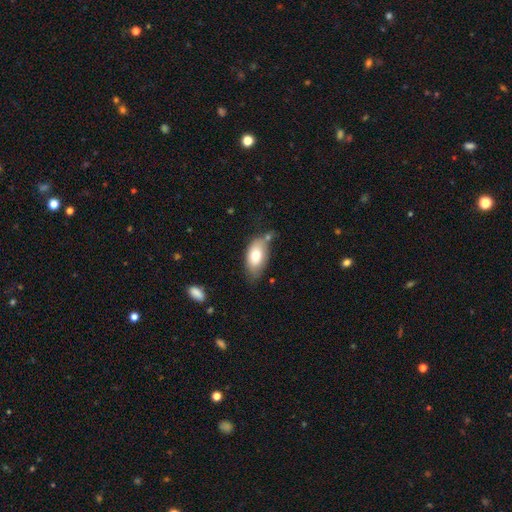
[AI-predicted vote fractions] Smooth or featured? Predicted: smooth (p=0.76). How rounded? Predicted: in between (p=0.92). Merging? Predicted: none (p=0.54).